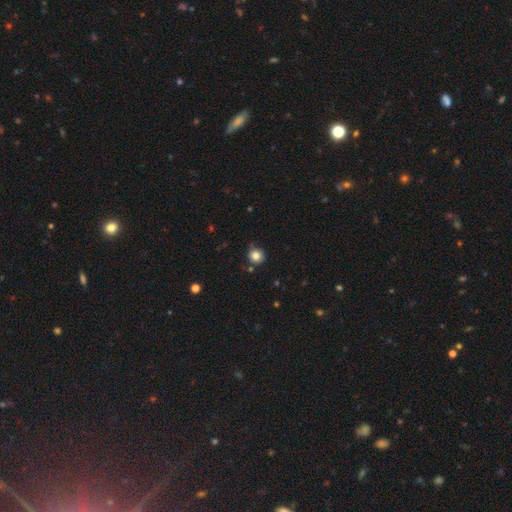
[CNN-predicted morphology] type=smooth (83%); roundness=round (88%); merging=none (78%).